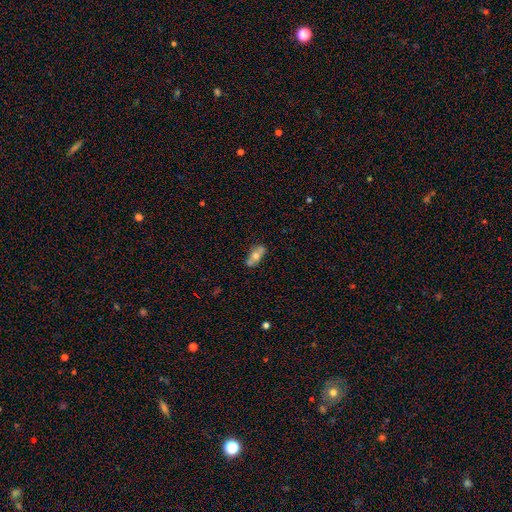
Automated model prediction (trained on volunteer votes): Smooth or featured: smooth — 59% (featured or disk — 34%)
How rounded: in between — 80% (cigar-shaped — 14%)
Merging: none — 66% (minor disturbance — 17%)